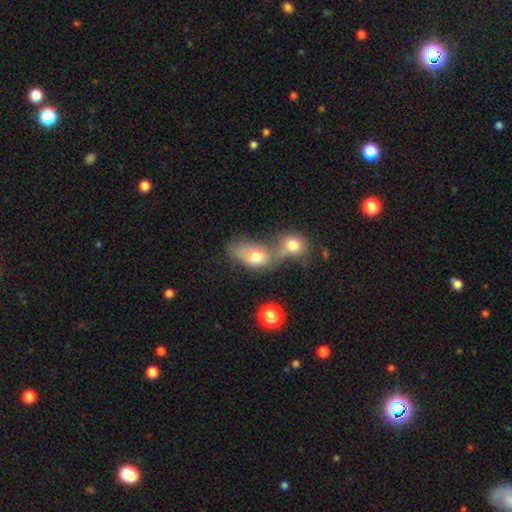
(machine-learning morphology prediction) This is likely a smooth galaxy (72%). How rounded: likely in between (70%). Merging: likely merger (70%).